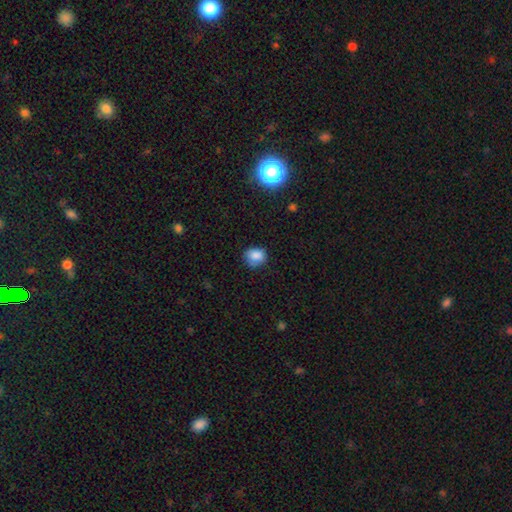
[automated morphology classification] Smooth or featured?
  - smooth: 83% *
  - star or artifact: 11%
  - featured or disk: 7%
How rounded?
  - round: 62% *
  - in between: 37%
  - cigar-shaped: 1%
Merging?
  - none: 65% *
  - minor disturbance: 27%
  - major disturbance: 6%
  - merger: 2%